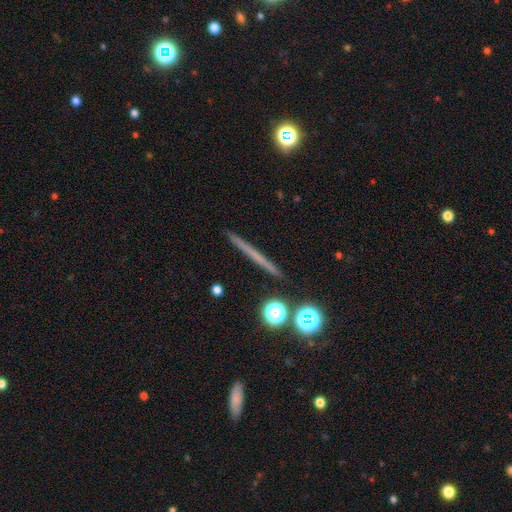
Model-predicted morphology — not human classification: Smooth or featured?
  - featured or disk: 49% *
  - smooth: 40%
  - star or artifact: 12%
Merging?
  - none: 90% *
  - minor disturbance: 6%
  - merger: 2%
  - major disturbance: 2%